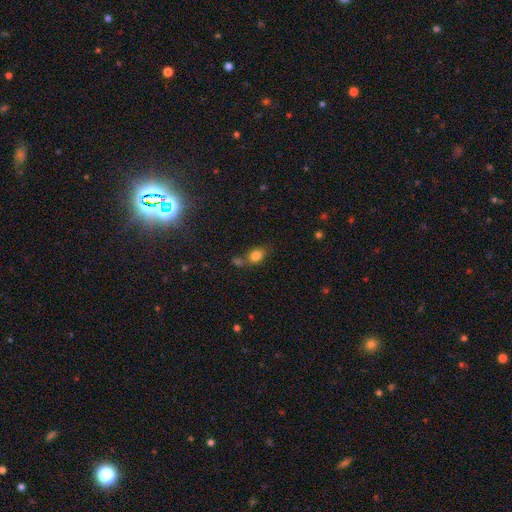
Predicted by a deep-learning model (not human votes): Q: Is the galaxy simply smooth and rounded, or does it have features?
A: smooth — 81%.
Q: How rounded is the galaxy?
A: in between — 63%.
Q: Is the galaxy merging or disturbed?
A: none — 57%.